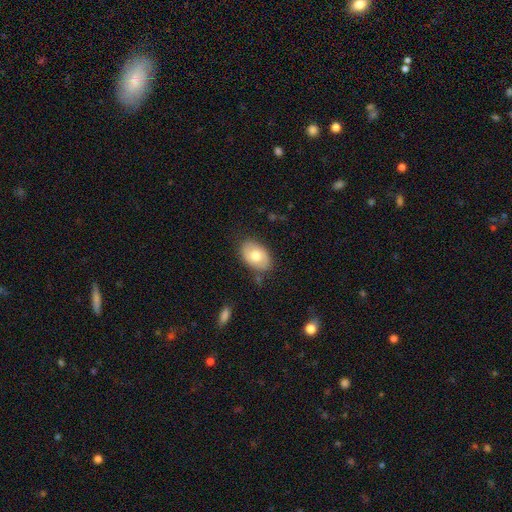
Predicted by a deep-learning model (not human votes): The model was most divided on "smooth or featured": smooth: 67%, featured or disk: 27%, star or artifact: 6%. More confident: how rounded — in between (89%); merging — none (80%).